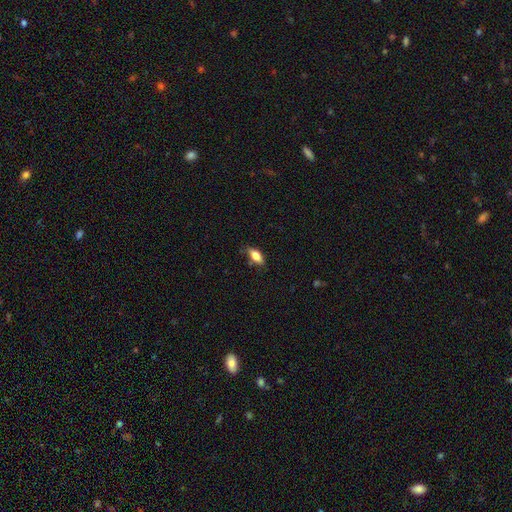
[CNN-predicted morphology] smooth 77%, featured or disk 15%, star or artifact 8%. Down the decision tree: how rounded — in between (81%); merging — none (67%).